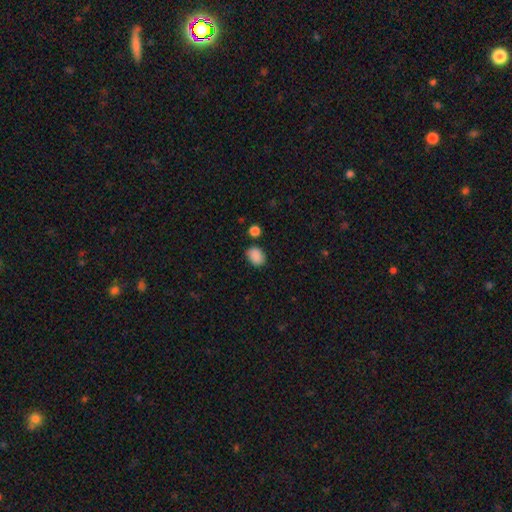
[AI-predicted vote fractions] A smooth galaxy with no disk features (88%) that is in between round and cigar-shaped (68%).

Vote fractions:
- Smooth or featured? smooth: 88% / star or artifact: 9% / featured or disk: 3%
- How rounded? in between: 68% / round: 31% / cigar-shaped: 1%
- Merging? none: 79% / minor disturbance: 13% / merger: 5% / major disturbance: 3%